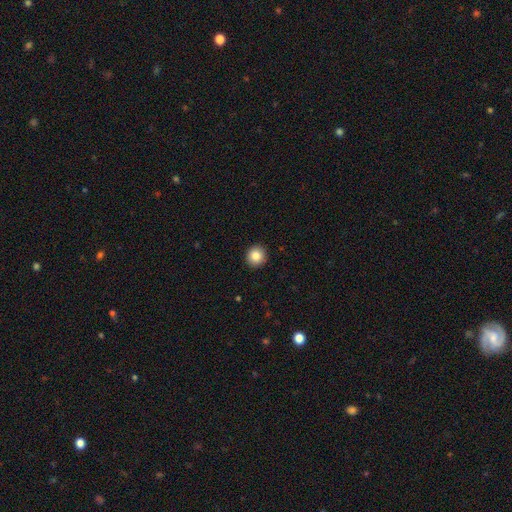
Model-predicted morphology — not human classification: Smooth or featured? smooth (85%)
How rounded? round (91%)
Merging? none (93%)